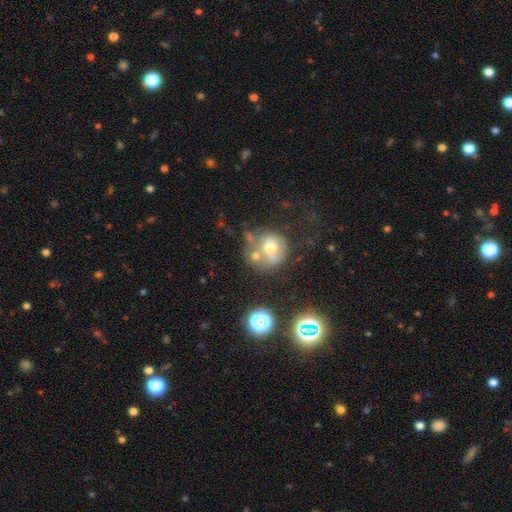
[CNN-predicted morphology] Q: Smooth or featured?
A: smooth (57%); runner-up: featured or disk (28%)
Q: How rounded?
A: round (74%); runner-up: in between (25%)
Q: Merging?
A: merger (38%); runner-up: none (32%)